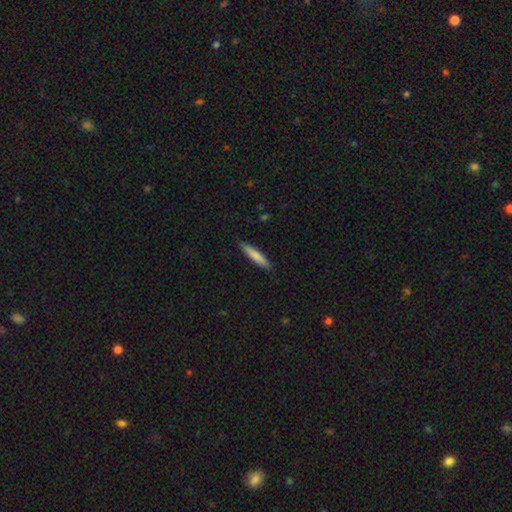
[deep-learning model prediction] smooth_or_featured: smooth (p=0.79) [alt: featured or disk p=0.15]
how_rounded: cigar-shaped (p=0.88) [alt: in between p=0.11]
merging: none (p=0.88) [alt: minor disturbance p=0.10]